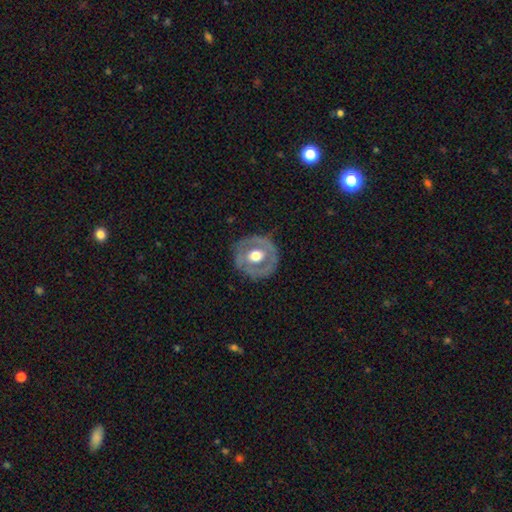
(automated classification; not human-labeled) A featured or disk galaxy (58%) with no bar (79%), no spiral arms (82%) and a moderate central bulge (59%). Merging: none (78%).